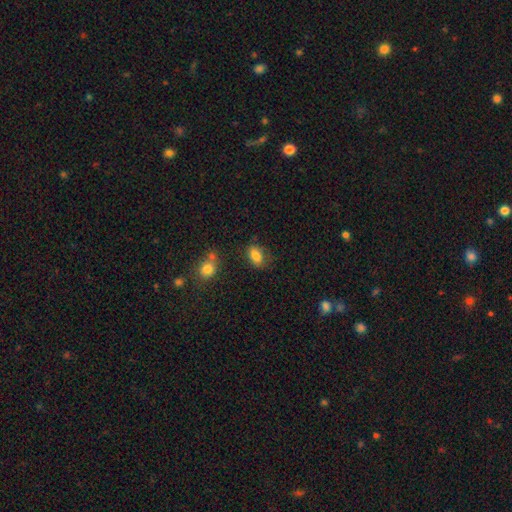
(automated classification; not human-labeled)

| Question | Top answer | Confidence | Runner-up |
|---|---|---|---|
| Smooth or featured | smooth | 82% | star or artifact (10%) |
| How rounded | in between | 84% | round (14%) |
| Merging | none | 69% | minor disturbance (20%) |